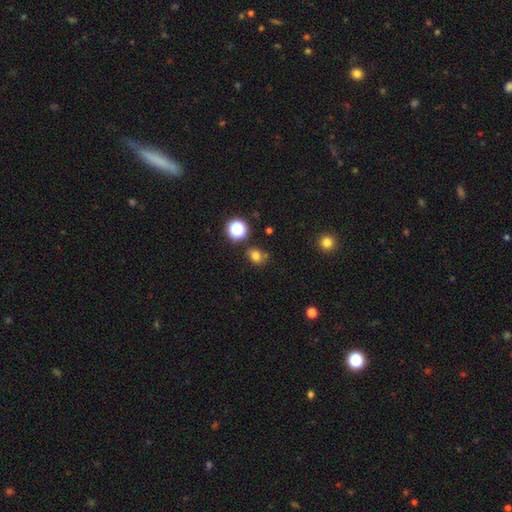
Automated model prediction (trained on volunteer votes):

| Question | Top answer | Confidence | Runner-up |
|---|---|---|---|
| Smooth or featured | smooth | 74% | star or artifact (18%) |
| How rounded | round | 61% | in between (38%) |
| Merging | none | 68% | minor disturbance (18%) |